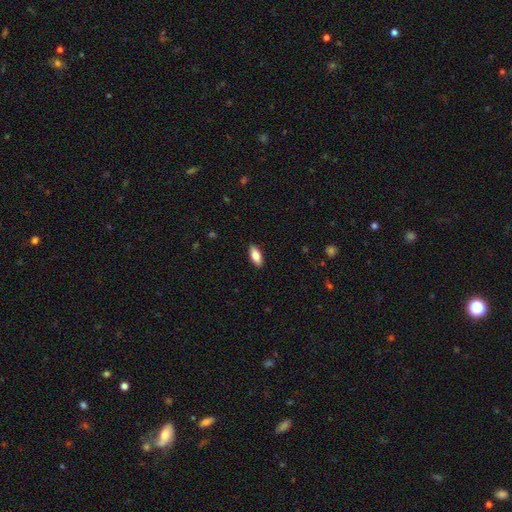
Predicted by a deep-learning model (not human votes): This appears to be a smooth galaxy with no disk features (80%) that is in between round and cigar-shaped (82%). Merging: none (89%).